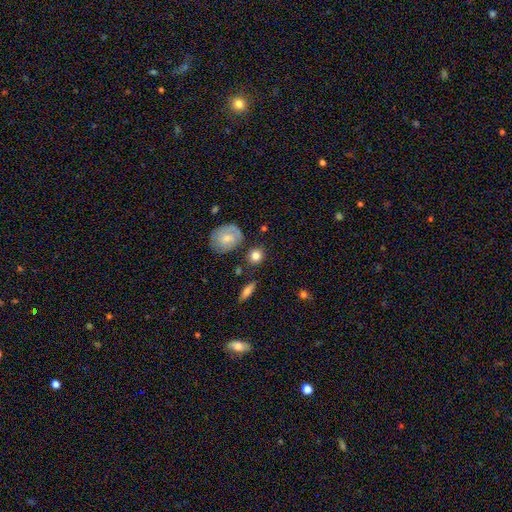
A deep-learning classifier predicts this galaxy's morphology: type=smooth (80%); roundness=round (78%); merging=none (78%).